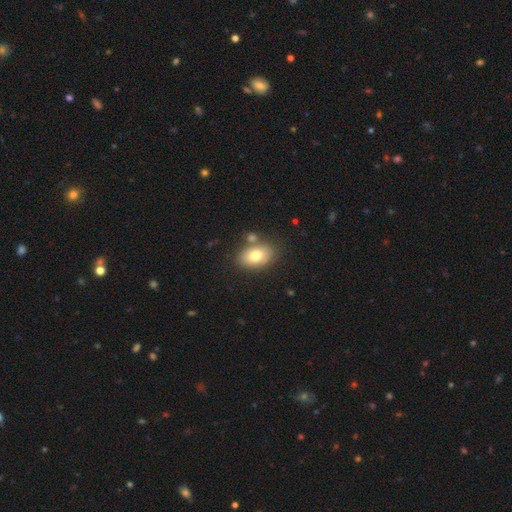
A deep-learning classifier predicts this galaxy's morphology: A smooth galaxy with no disk features (76%) that is in between round and cigar-shaped (84%). Merging: none (72%).